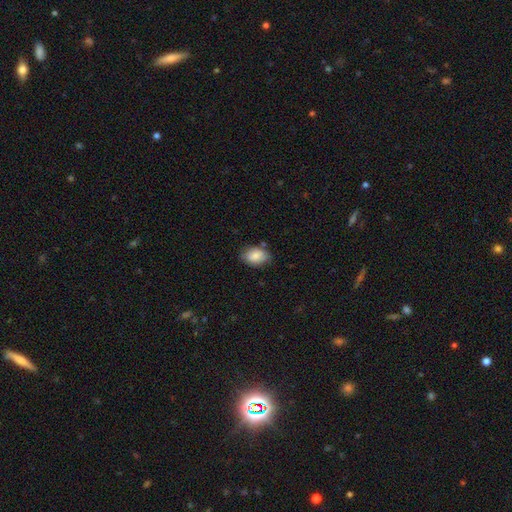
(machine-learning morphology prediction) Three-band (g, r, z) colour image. It shows a smooth galaxy with no disk features (83%) that is in between round and cigar-shaped (84%). Merging: none (74%).